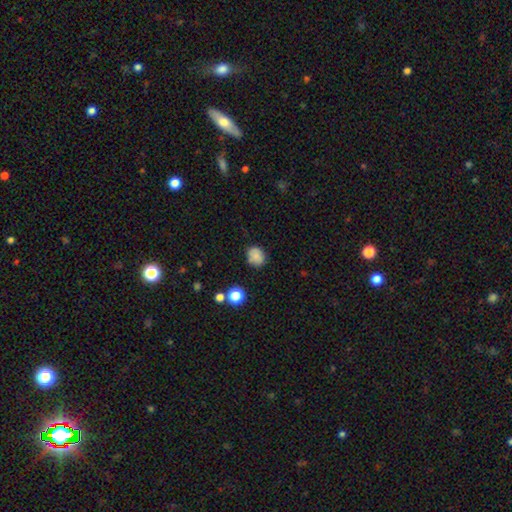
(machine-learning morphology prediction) Smooth or featured: smooth — 82% (star or artifact — 11%)
How rounded: round — 63% (in between — 36%)
Merging: none — 77% (minor disturbance — 16%)